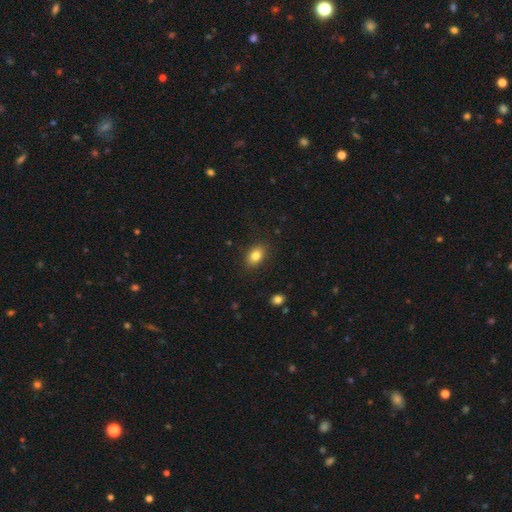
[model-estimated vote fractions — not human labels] This appears to be a smooth galaxy with no disk features (83%) that is in between round and cigar-shaped (79%). Merging: none (87%).